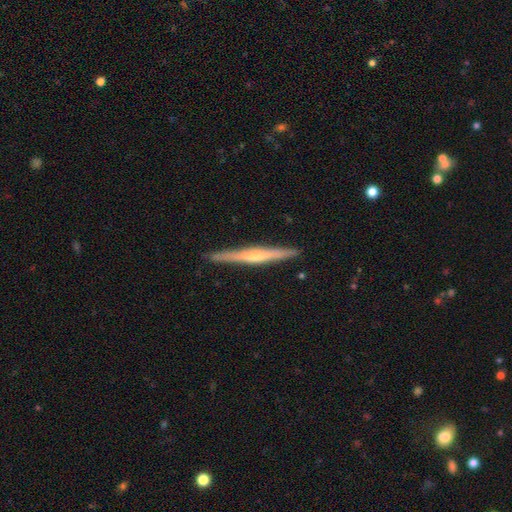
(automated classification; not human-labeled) Morphology: type=featured or disk (69%); edge-on=yes (98%); edge-on bulge=rounded (66%); merging=none (91%).